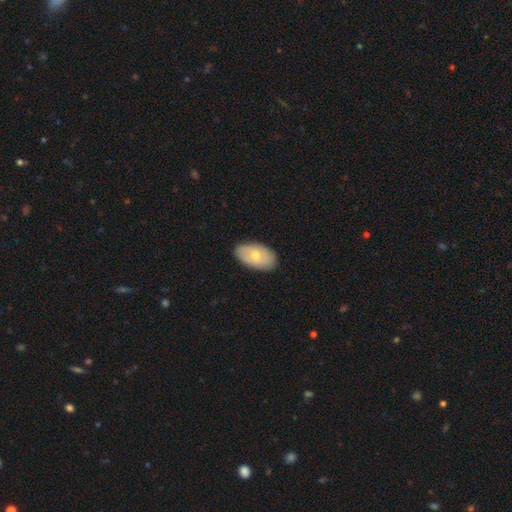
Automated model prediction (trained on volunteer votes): The model was most divided on "smooth or featured": smooth: 61%, featured or disk: 34%, star or artifact: 6%. More confident: how rounded — in between (93%); merging — none (85%).